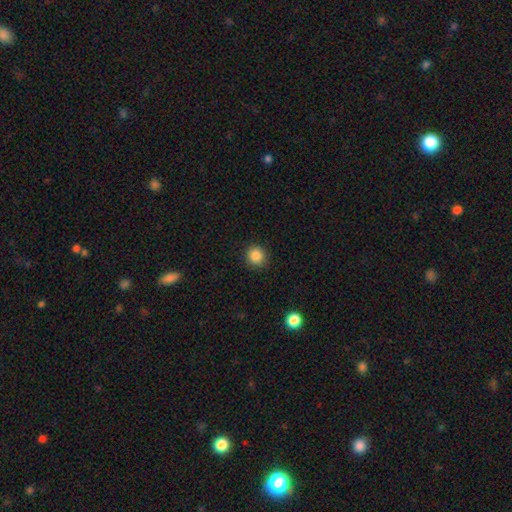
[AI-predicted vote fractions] smooth-or-featured: smooth: 85% | star or artifact: 11% | featured or disk: 4%
  how-rounded: round: 91% | in between: 8% | cigar-shaped: 1%
  merging: none: 91% | minor disturbance: 6% | major disturbance: 2% | merger: 1%